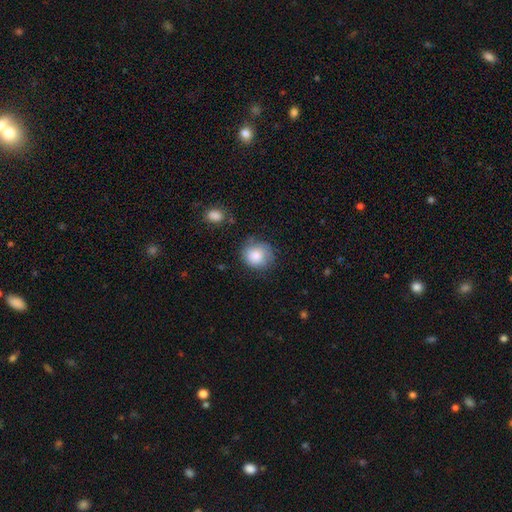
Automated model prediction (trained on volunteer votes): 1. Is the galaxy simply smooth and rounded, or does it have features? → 79% smooth, 13% featured or disk, 8% star or artifact.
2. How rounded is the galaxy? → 81% round, 18% in between, 1% cigar-shaped.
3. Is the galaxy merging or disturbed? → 68% none, 23% minor disturbance, 7% major disturbance, 2% merger.